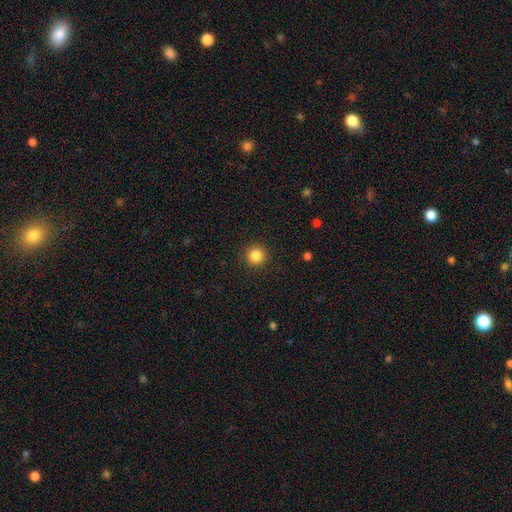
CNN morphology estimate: The model was most divided on "smooth or featured": smooth: 86%, star or artifact: 11%, featured or disk: 4%. More confident: how rounded — round (95%); merging — none (92%).